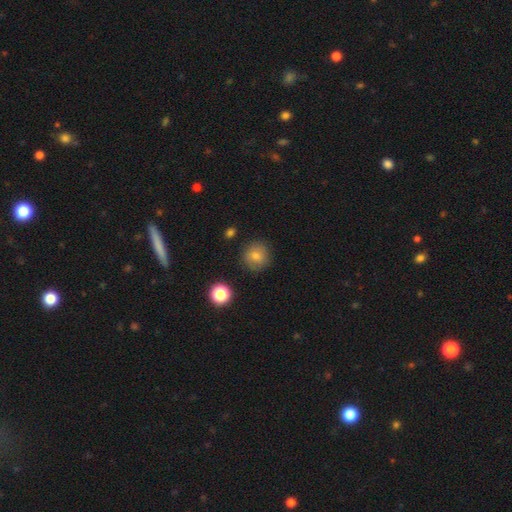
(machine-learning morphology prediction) smooth 78%, star or artifact 12%, featured or disk 10%. Down the decision tree: how rounded — round (91%); merging — none (86%).